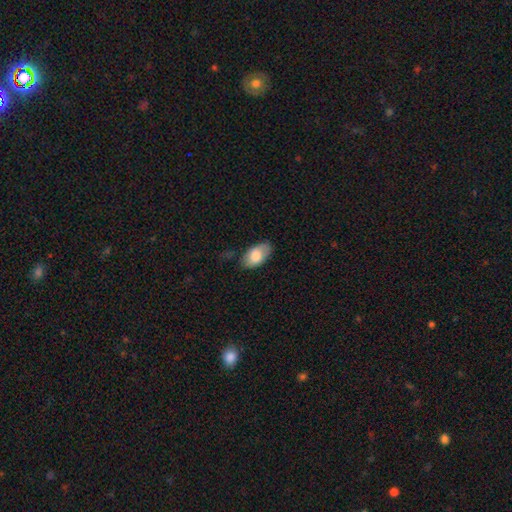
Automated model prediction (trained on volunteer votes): smooth 79%, featured or disk 15%, star or artifact 6%. Down the decision tree: how rounded — in between (94%); merging — none (78%).